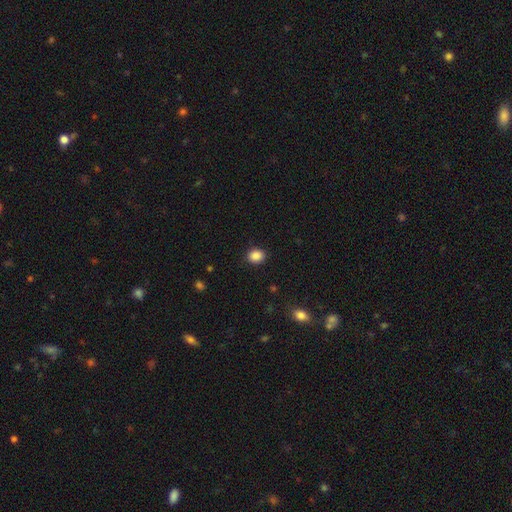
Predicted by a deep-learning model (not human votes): Smooth or featured?
  - smooth: 88% *
  - star or artifact: 9%
  - featured or disk: 3%
How rounded?
  - round: 60% *
  - in between: 39%
  - cigar-shaped: 1%
Merging?
  - none: 89% *
  - minor disturbance: 8%
  - major disturbance: 2%
  - merger: 1%